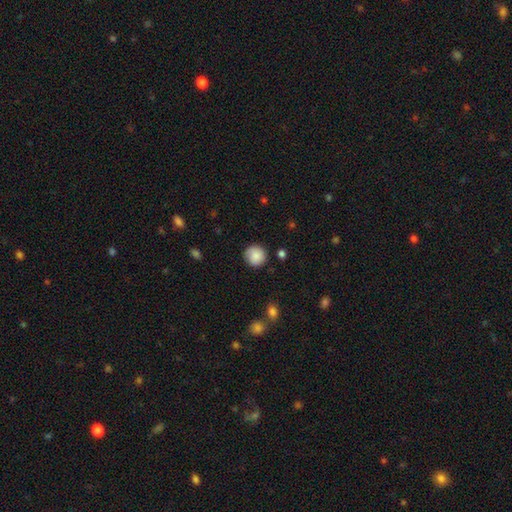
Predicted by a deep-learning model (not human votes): smooth 84%, featured or disk 8%, star or artifact 8%. Down the decision tree: how rounded — round (93%); merging — none (84%).